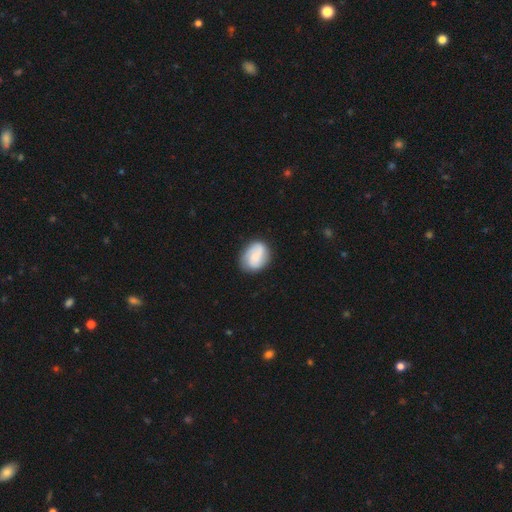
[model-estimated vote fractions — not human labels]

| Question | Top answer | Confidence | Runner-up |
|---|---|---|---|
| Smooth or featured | smooth | 55% | featured or disk (37%) |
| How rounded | in between | 61% | round (38%) |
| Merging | none | 75% | minor disturbance (18%) |